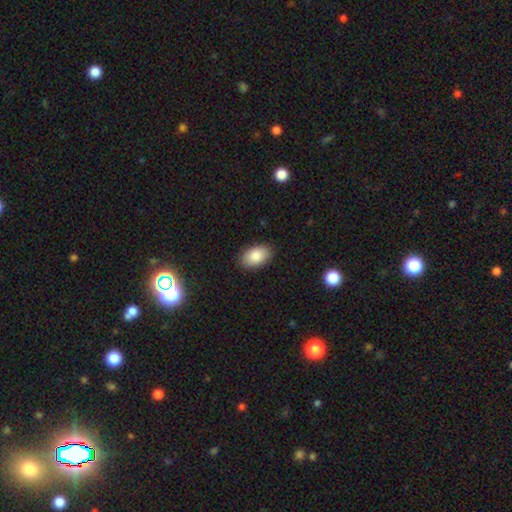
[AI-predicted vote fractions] Smooth or featured? Predicted: smooth (p=0.86). How rounded? Predicted: in between (p=0.93). Merging? Predicted: none (p=0.87).